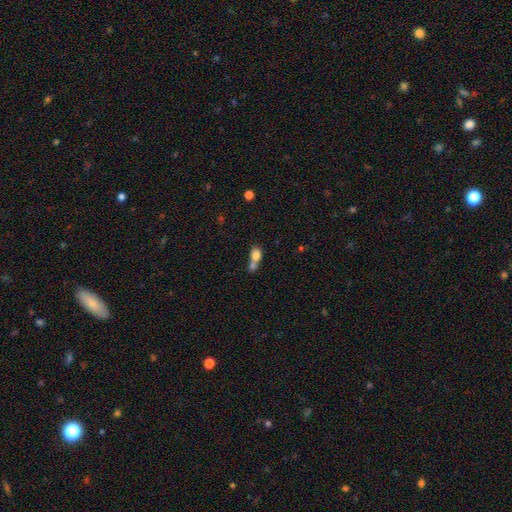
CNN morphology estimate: This appears to be a smooth galaxy with no disk features (78%) that is in between round and cigar-shaped (65%). Merging: merger (66%).